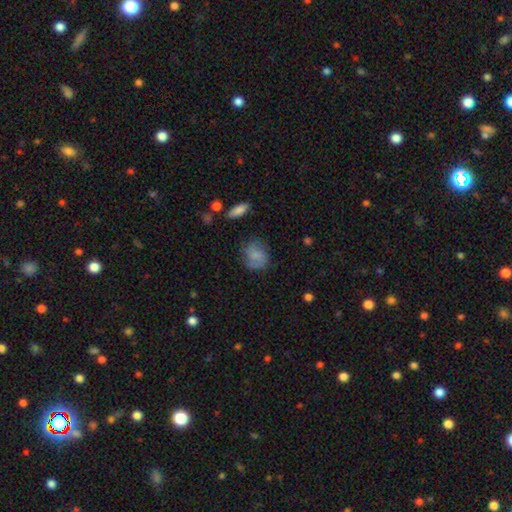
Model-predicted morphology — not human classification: A smooth galaxy with no disk features (74%) that is round (66%).

Vote fractions:
- Smooth or featured? smooth: 74% / featured or disk: 17% / star or artifact: 9%
- How rounded? round: 66% / in between: 32% / cigar-shaped: 1%
- Merging? none: 67% / minor disturbance: 22% / major disturbance: 8% / merger: 2%